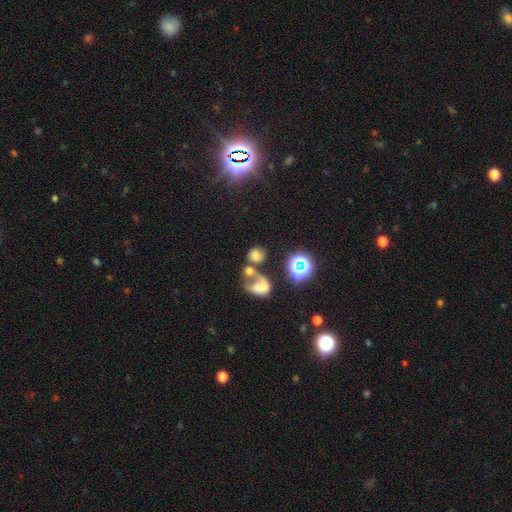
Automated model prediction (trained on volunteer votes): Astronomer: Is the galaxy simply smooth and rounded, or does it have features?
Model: smooth — 66%.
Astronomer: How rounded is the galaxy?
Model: round — 66%.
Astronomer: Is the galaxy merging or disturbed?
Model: merger — 45% (runner-up: none, 32%).